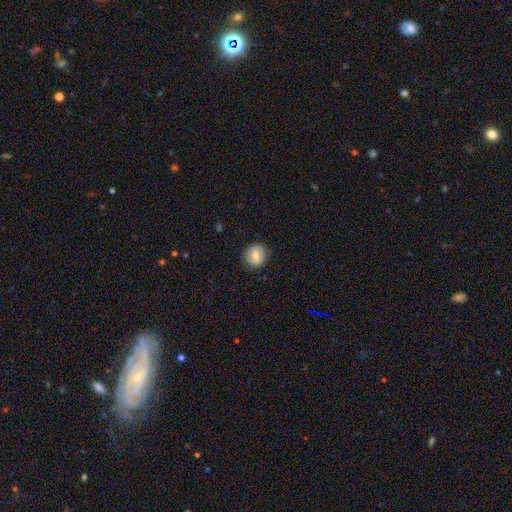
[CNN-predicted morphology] Q: Smooth or featured?
A: smooth (69%); runner-up: featured or disk (23%)
Q: How rounded?
A: round (87%); runner-up: in between (12%)
Q: Merging?
A: none (87%); runner-up: minor disturbance (9%)